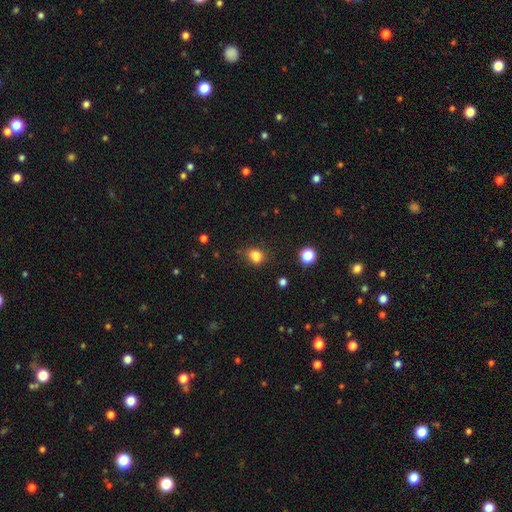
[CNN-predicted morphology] A smooth galaxy with no disk features (82%) that is round (50%).

Vote fractions:
- Smooth or featured? smooth: 82% / star or artifact: 13% / featured or disk: 6%
- How rounded? round: 50% / in between: 49% / cigar-shaped: 1%
- Merging? none: 64% / minor disturbance: 24% / major disturbance: 7% / merger: 5%